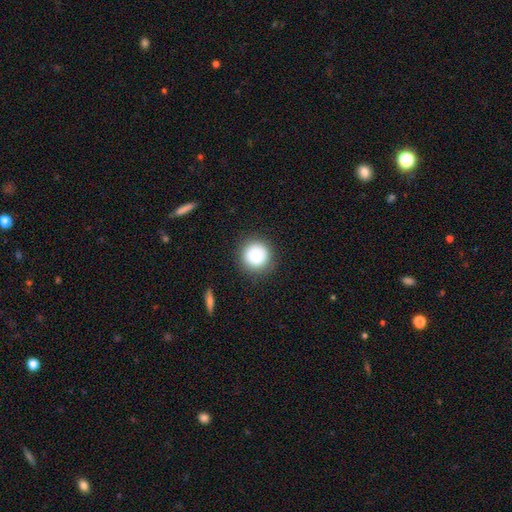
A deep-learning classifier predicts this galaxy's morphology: Smooth or featured? Predicted: smooth (p=0.82). How rounded? Predicted: round (p=0.93). Merging? Predicted: none (p=0.82).